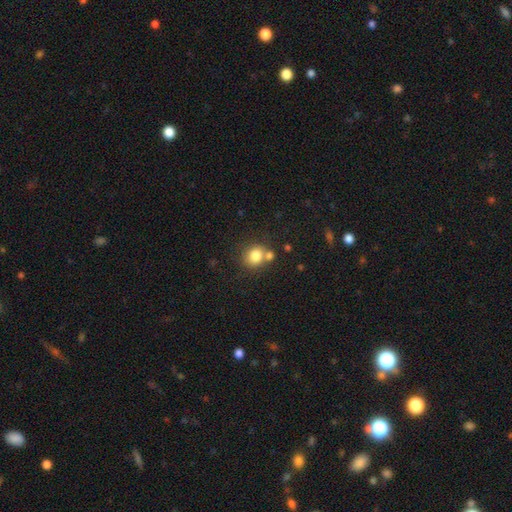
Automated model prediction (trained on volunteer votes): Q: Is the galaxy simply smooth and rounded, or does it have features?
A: smooth — 80%.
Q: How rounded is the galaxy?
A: round — 80%.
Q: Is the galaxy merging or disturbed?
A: none — 60%.